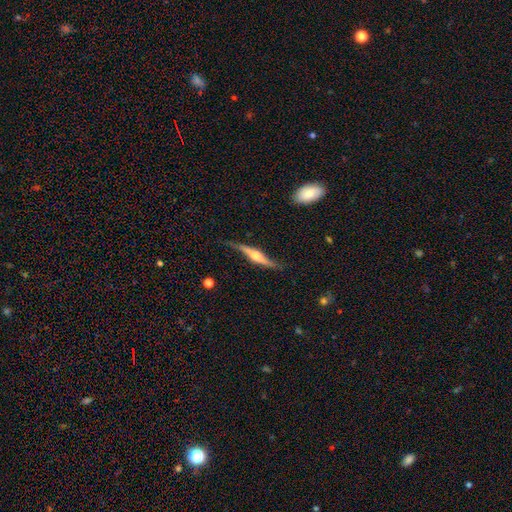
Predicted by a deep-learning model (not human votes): Smooth or featured: featured or disk — 78% (smooth — 17%)
Edge-on disk: yes — 85% (no — 15%)
Edge-on bulge: rounded — 89% (boxy — 6%)
Merging: none — 63% (minor disturbance — 26%)